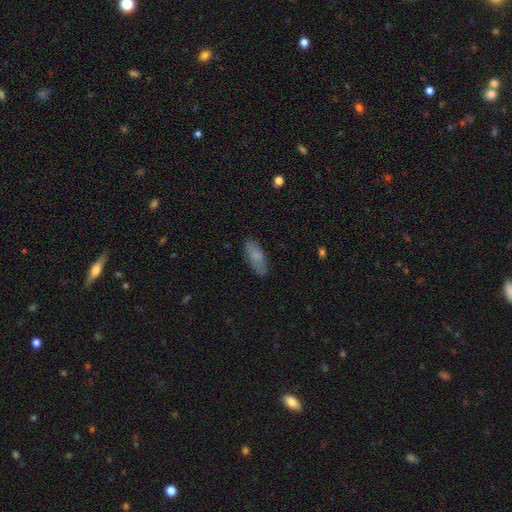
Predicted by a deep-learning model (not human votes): Smooth or featured? smooth (79%)
How rounded? in between (74%)
Merging? none (81%)